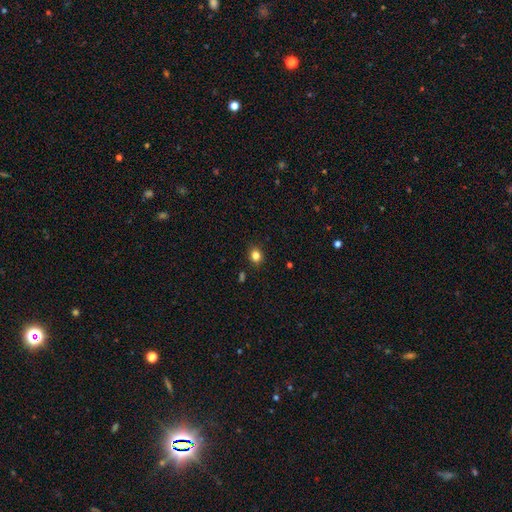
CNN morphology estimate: smooth 83%, star or artifact 12%, featured or disk 5%. Down the decision tree: how rounded — round (64%); merging — none (88%).